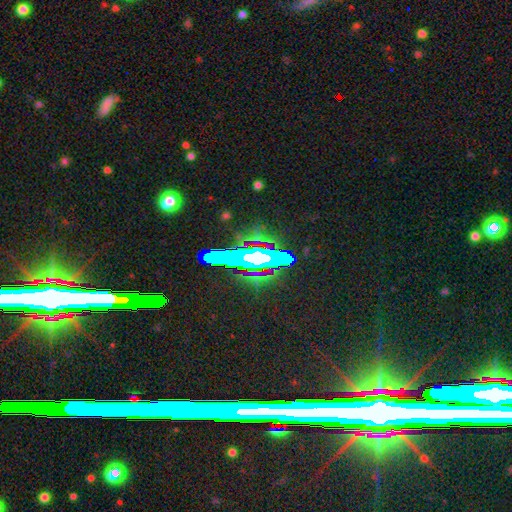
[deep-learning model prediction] star or artifact 61%, featured or disk 20%, smooth 20%.